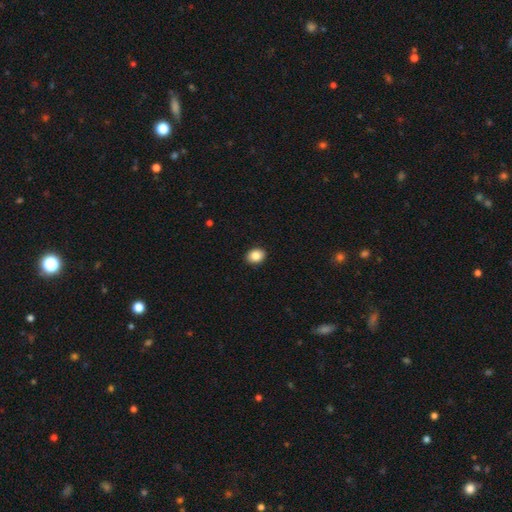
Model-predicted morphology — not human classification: Smooth or featured?
  - smooth: 86% *
  - star or artifact: 9%
  - featured or disk: 5%
How rounded?
  - in between: 57% *
  - round: 42%
  - cigar-shaped: 1%
Merging?
  - none: 92% *
  - minor disturbance: 6%
  - major disturbance: 2%
  - merger: 1%